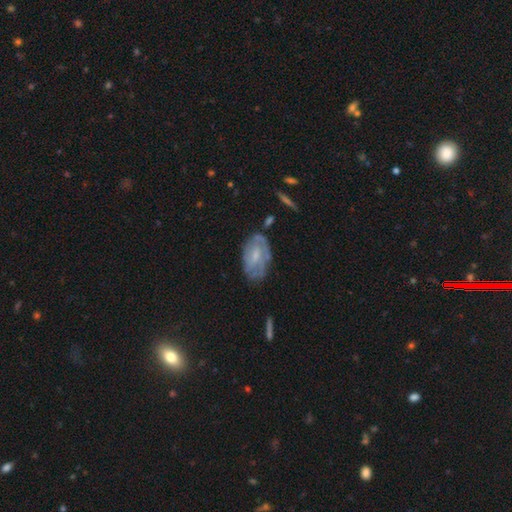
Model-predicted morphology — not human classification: The model was most divided on "bar": no: 57%, weak: 37%, strong: 6%. More confident: edge-on disk — no (94%); spiral arms — yes (71%); merging — none (61%); smooth or featured — featured or disk (61%); bulge size — small (59%).